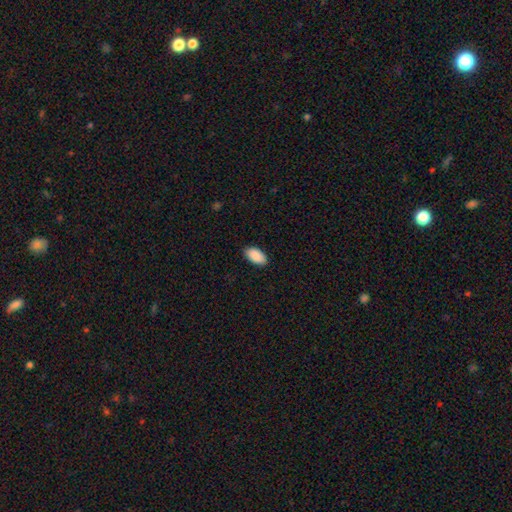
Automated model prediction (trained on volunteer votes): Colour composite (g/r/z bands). It shows a smooth galaxy with no disk features (91%) that is in between round and cigar-shaped (95%). Merging: none (88%).